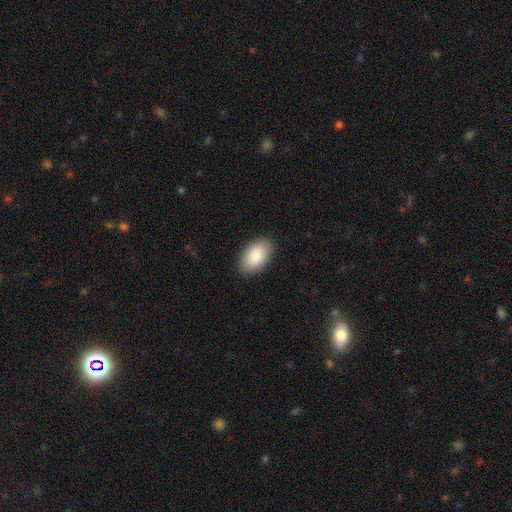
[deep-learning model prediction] smooth 88%, featured or disk 6%, star or artifact 6%. Down the decision tree: how rounded — in between (95%); merging — none (88%).